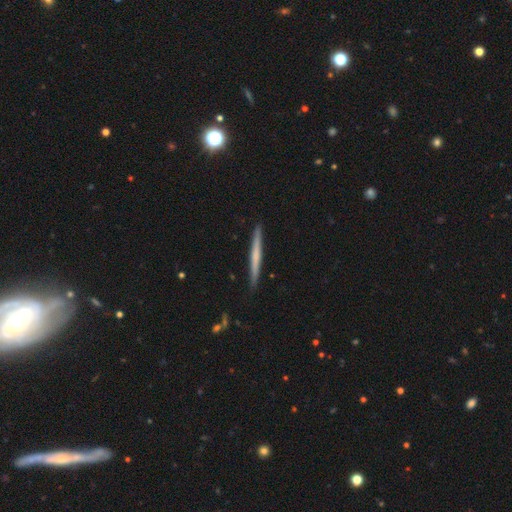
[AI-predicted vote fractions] A smooth galaxy with no disk features (50%). Merging: none (91%).